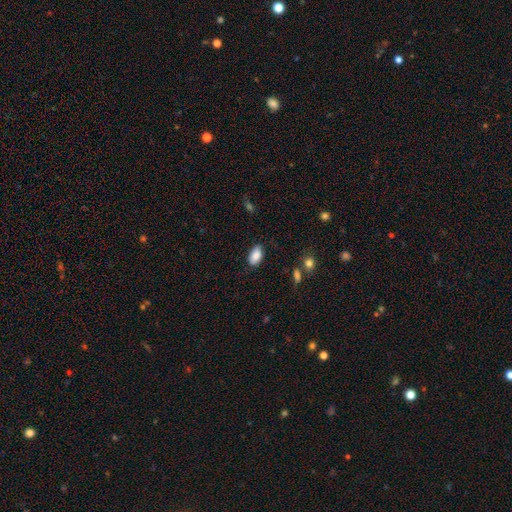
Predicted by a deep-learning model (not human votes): Morphology: type=smooth (87%); roundness=in between (93%); merging=none (82%).